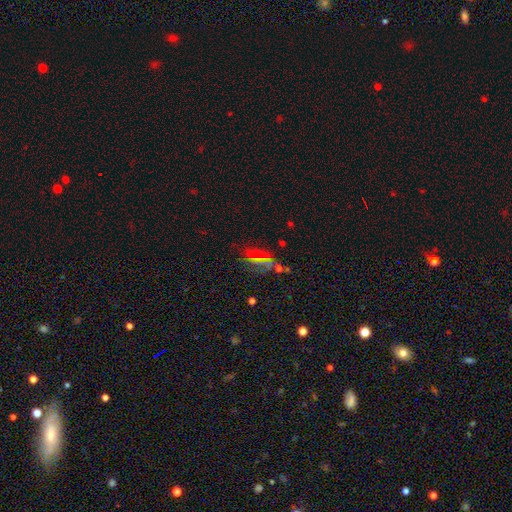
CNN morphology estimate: A smooth galaxy with no disk features (47%). Merging: none (55%).